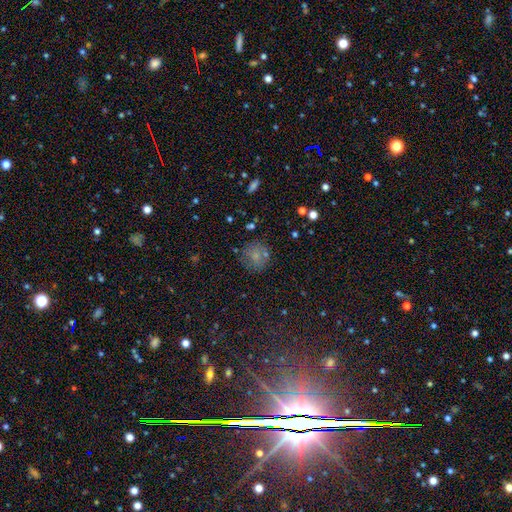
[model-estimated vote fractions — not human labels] Smooth or featured: smooth — 66% (star or artifact — 18%)
How rounded: round — 90% (in between — 9%)
Merging: none — 76% (minor disturbance — 15%)